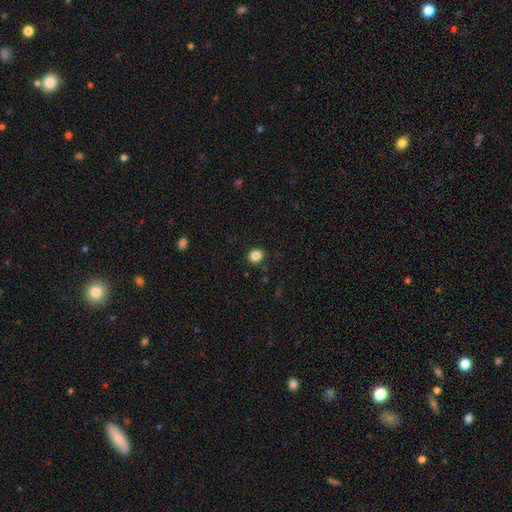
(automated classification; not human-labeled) smooth-or-featured: smooth: 85% | star or artifact: 11% | featured or disk: 4%
  how-rounded: round: 76% | in between: 23% | cigar-shaped: 1%
  merging: none: 90% | minor disturbance: 7% | major disturbance: 2% | merger: 1%